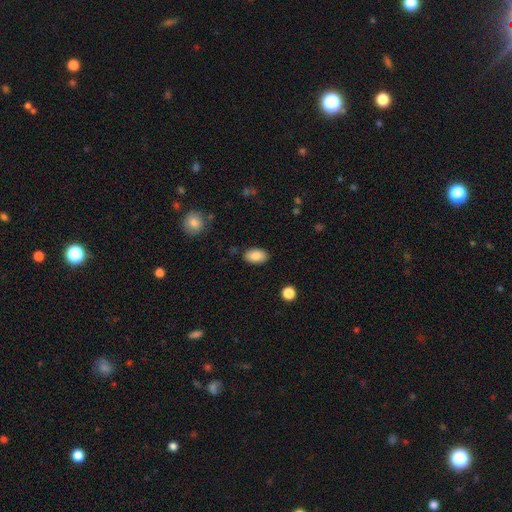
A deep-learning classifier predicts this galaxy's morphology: smooth 86%, star or artifact 7%, featured or disk 6%. Down the decision tree: how rounded — in between (93%); merging — none (86%).